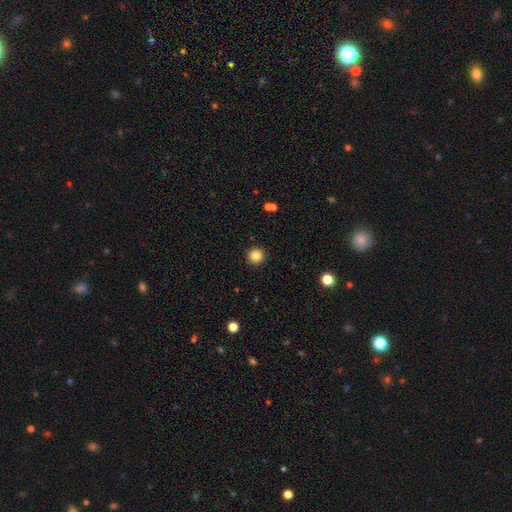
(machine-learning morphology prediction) Smooth or featured? Predicted: smooth (p=0.86). How rounded? Predicted: round (p=0.95). Merging? Predicted: none (p=0.92).